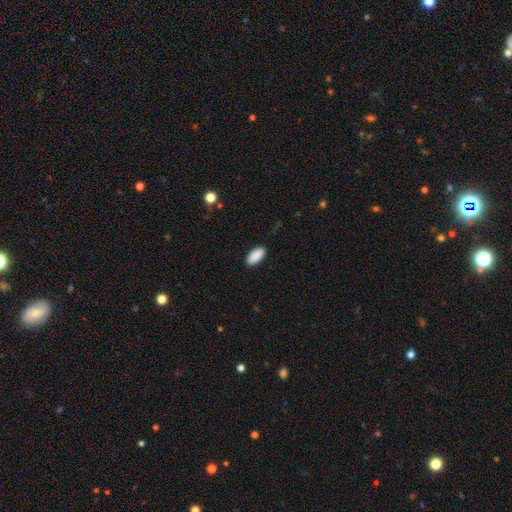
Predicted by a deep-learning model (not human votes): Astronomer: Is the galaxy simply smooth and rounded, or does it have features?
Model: smooth — 91%.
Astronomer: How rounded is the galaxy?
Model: in between — 93%.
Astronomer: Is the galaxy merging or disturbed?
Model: none — 89%.